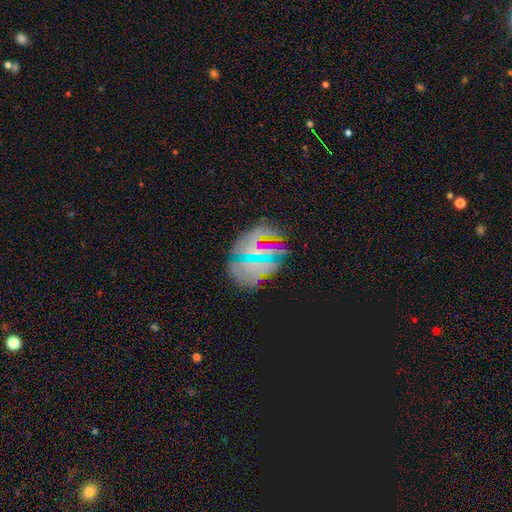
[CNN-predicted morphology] Overall: star or artifact (36%; featured or disk 34%).